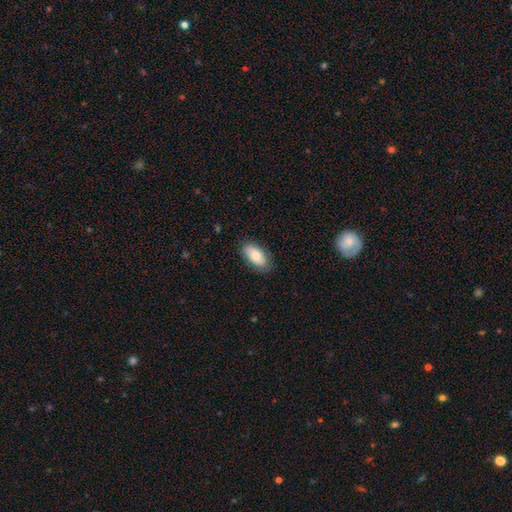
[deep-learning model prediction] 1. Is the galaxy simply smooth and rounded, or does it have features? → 79% smooth, 14% featured or disk, 6% star or artifact.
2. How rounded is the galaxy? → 93% in between, 4% cigar-shaped, 3% round.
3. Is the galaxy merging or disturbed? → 82% none, 14% minor disturbance, 3% major disturbance, 1% merger.